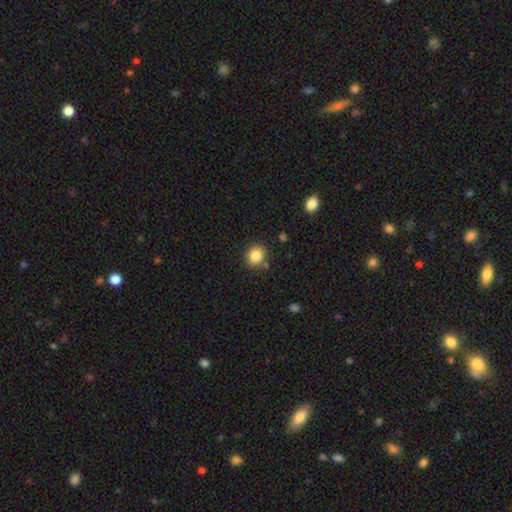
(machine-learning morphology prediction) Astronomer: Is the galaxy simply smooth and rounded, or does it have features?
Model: smooth — 85%.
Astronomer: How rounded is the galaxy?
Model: round — 72%.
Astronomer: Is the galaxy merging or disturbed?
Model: none — 83%.